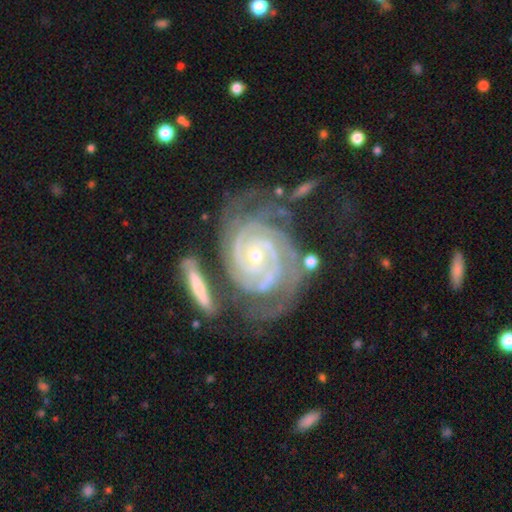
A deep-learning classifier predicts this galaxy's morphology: smooth-or-featured: featured or disk: 92% | star or artifact: 4% | smooth: 3%
  disk-edge-on: no: 97% | yes: 3%
    bar: no: 69% | weak: 21% | strong: 10%
    has-spiral-arms: yes: 98% | no: 2%
      spiral-winding: tight: 79% | medium: 18% | loose: 3%
      spiral-arm-count: 2: 33% | 3: 29% | 4: 14% | can't tell: 13% | more than 4: 6% | 1: 5%
    bulge-size: small: 64% | moderate: 33% | large: 1% | none: 1% | dominant: 1%
  merging: none: 53% | minor disturbance: 24% | major disturbance: 14% | merger: 9%